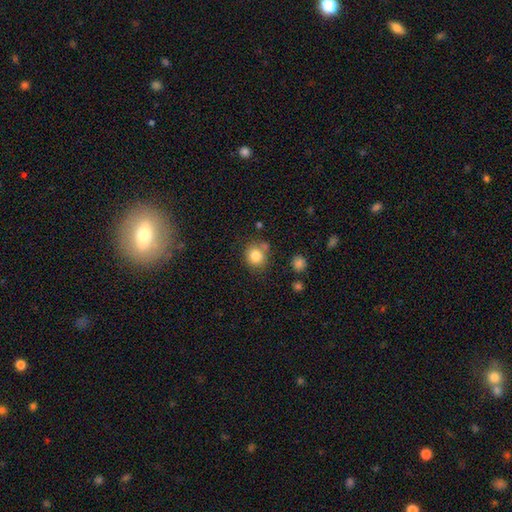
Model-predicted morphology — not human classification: A smooth galaxy with no disk features (82%) that is round (83%).

Vote fractions:
- Smooth or featured? smooth: 82% / star or artifact: 11% / featured or disk: 7%
- How rounded? round: 83% / in between: 16% / cigar-shaped: 1%
- Merging? none: 72% / minor disturbance: 13% / merger: 11% / major disturbance: 4%